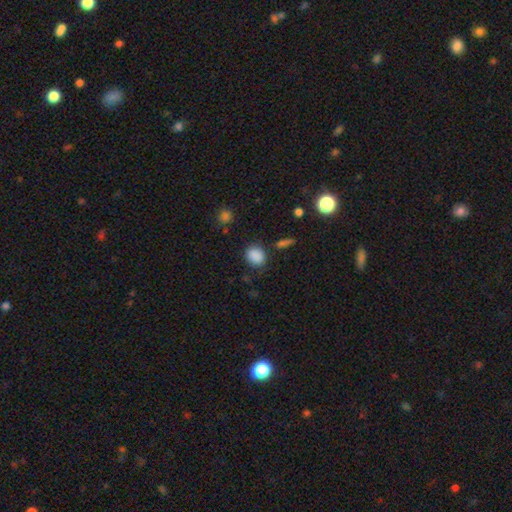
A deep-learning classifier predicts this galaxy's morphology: A smooth galaxy with no disk features (86%) that is round (63%).

Vote fractions:
- Smooth or featured? smooth: 86% / star or artifact: 10% / featured or disk: 4%
- How rounded? round: 63% / in between: 36% / cigar-shaped: 1%
- Merging? none: 80% / minor disturbance: 13% / major disturbance: 4% / merger: 4%